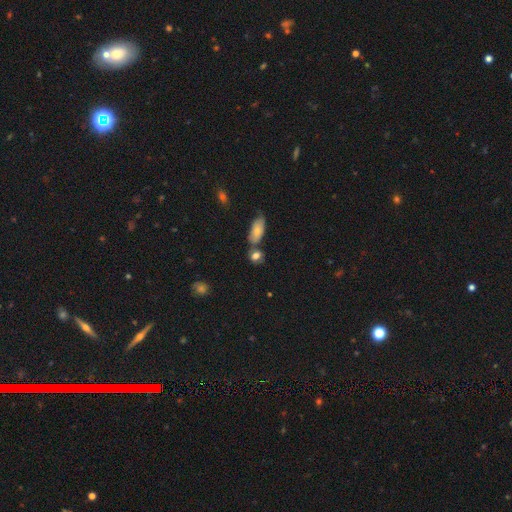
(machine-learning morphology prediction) Overall: smooth (76%). How rounded: round (56%; in between 40%). Merging: none (60%; merger 23%).